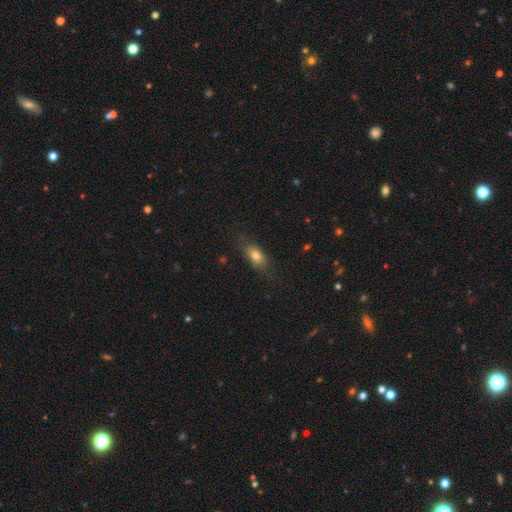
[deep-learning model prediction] This is likely a smooth galaxy (73%). How rounded: likely in between (75%). Merging: likely none (72%).